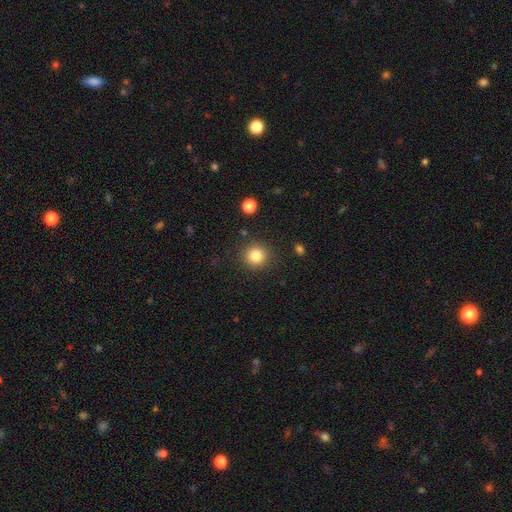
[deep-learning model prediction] smooth_or_featured: smooth (p=0.83) [alt: star or artifact p=0.11]
how_rounded: round (p=0.93) [alt: in between p=0.06]
merging: none (p=0.88) [alt: minor disturbance p=0.07]